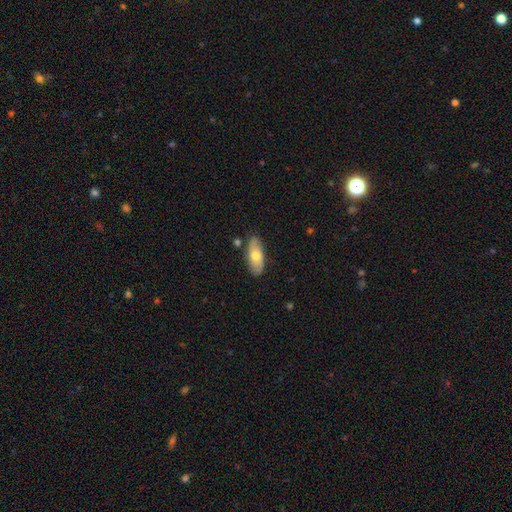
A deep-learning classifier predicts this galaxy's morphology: smooth_or_featured: smooth (p=0.63) [alt: featured or disk p=0.31]
how_rounded: in between (p=0.83) [alt: cigar-shaped p=0.14]
merging: none (p=0.81) [alt: minor disturbance p=0.13]